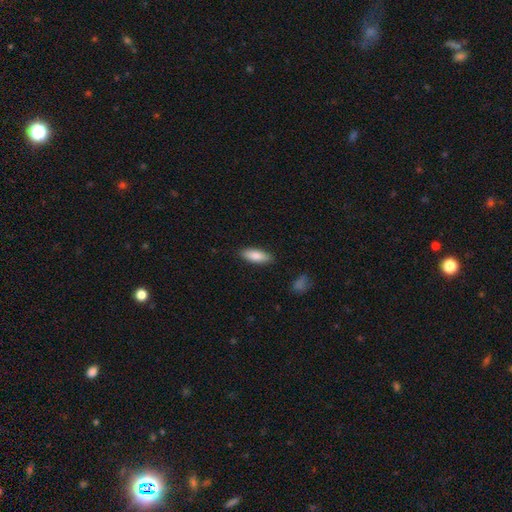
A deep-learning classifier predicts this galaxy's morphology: Smooth or featured: smooth — 85% (featured or disk — 9%)
How rounded: in between — 68% (cigar-shaped — 30%)
Merging: none — 87% (minor disturbance — 9%)